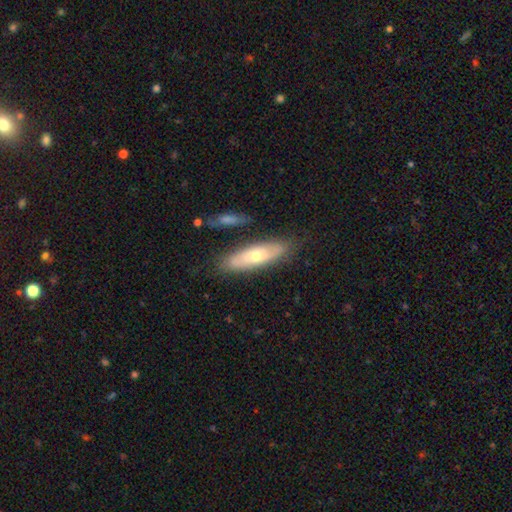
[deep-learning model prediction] Overall: smooth (50%; featured or disk 44%). How rounded: in between (49%; cigar-shaped 48%). Merging: none (77%).